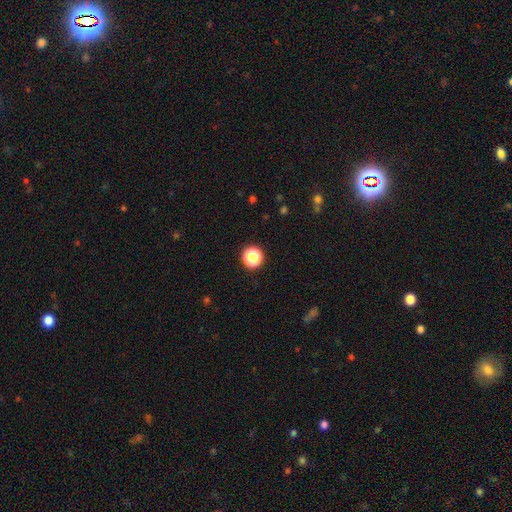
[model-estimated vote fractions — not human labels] smooth 65%, star or artifact 29%, featured or disk 6%. Down the decision tree: how rounded — round (89%); merging — none (84%).